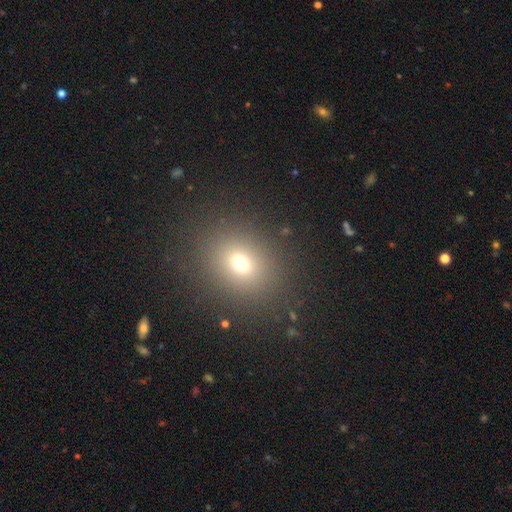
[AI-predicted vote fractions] Q: Smooth or featured?
A: smooth (64%); runner-up: star or artifact (28%)
Q: How rounded?
A: round (62%); runner-up: in between (37%)
Q: Merging?
A: none (90%); runner-up: minor disturbance (6%)